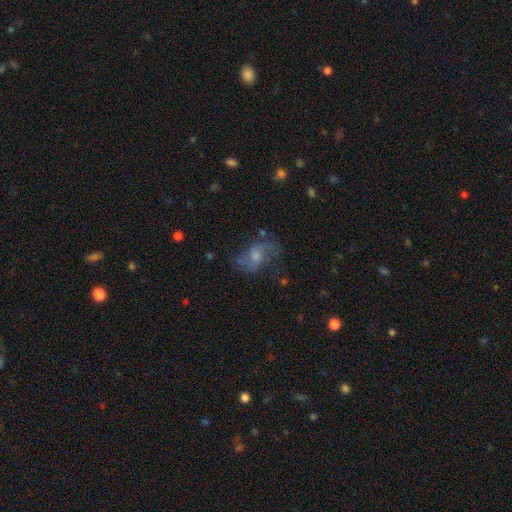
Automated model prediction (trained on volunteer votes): featured or disk 57%, smooth 30%, star or artifact 13%. Down the decision tree: edge-on disk — no (95%); bar — no (56%); spiral arms — yes (79%); bulge size — moderate (43%); merging — none (56%).